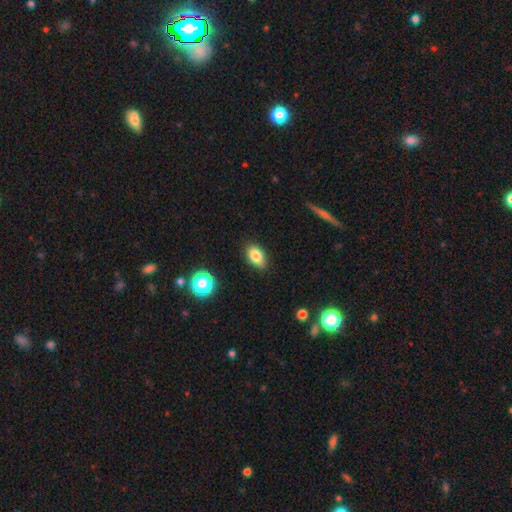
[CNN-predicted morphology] Smooth or featured? Predicted: smooth (p=0.83). How rounded? Predicted: in between (p=0.87). Merging? Predicted: none (p=0.84).